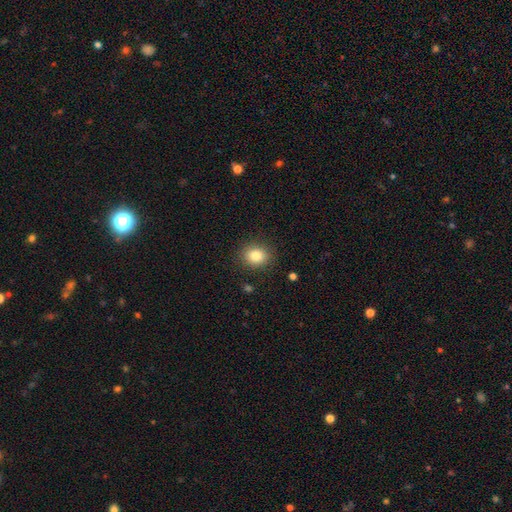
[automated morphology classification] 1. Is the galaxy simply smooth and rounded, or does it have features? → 83% smooth, 10% star or artifact, 7% featured or disk.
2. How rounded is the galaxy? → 67% round, 32% in between, 1% cigar-shaped.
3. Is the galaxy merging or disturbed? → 88% none, 8% minor disturbance, 3% major disturbance, 1% merger.